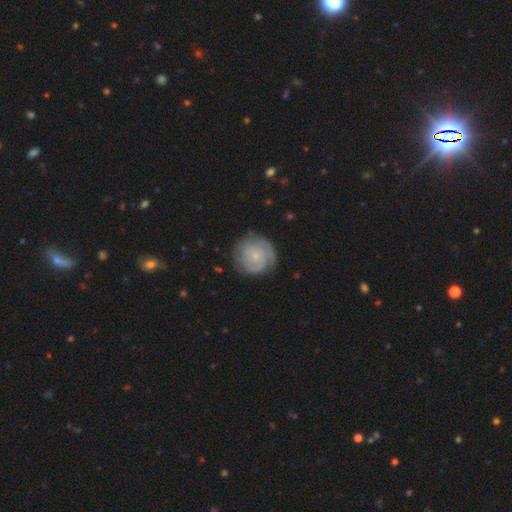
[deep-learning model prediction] Smooth or featured? Predicted: featured or disk (p=0.60). Edge-on disk? Predicted: no (p=0.98). Bar? Predicted: no (p=0.79). Spiral arms? Predicted: yes (p=0.88). Spiral winding? Predicted: tight (p=0.66). Spiral arm count? Predicted: can't tell (p=0.37). Bulge size? Predicted: small (p=0.74). Merging? Predicted: none (p=0.77).